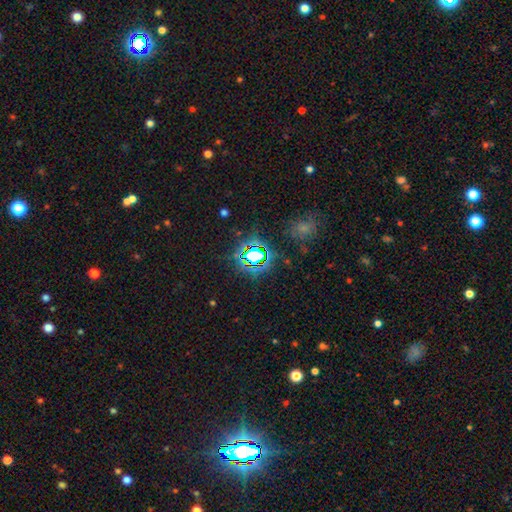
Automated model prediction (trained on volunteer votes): smooth-or-featured: star or artifact: 74% | smooth: 16% | featured or disk: 10%